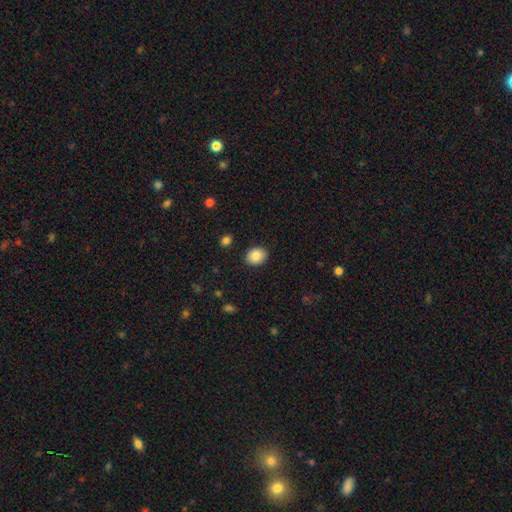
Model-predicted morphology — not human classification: This is clearly a smooth galaxy (87%). How rounded: possibly in between (56%). Merging: clearly none (89%).